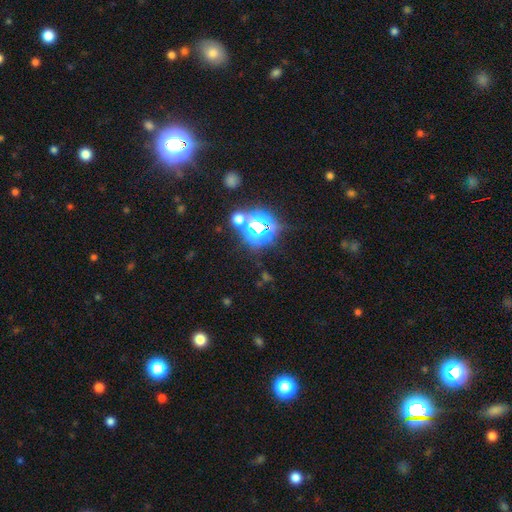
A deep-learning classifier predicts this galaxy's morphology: A star or artifact, not a galaxy (73%).